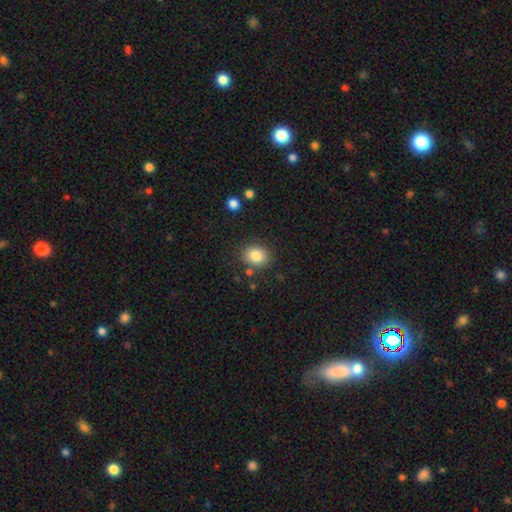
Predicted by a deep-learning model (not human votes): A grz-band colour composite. It shows a smooth galaxy with no disk features (84%) that is round (57%). Merging: none (82%).